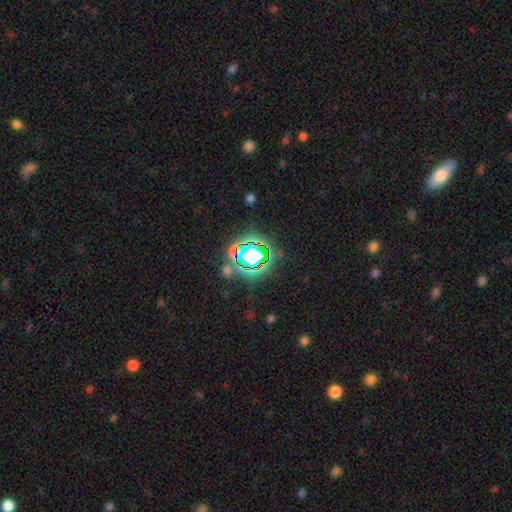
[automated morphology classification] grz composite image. It shows a star or artifact, not a galaxy (81%).